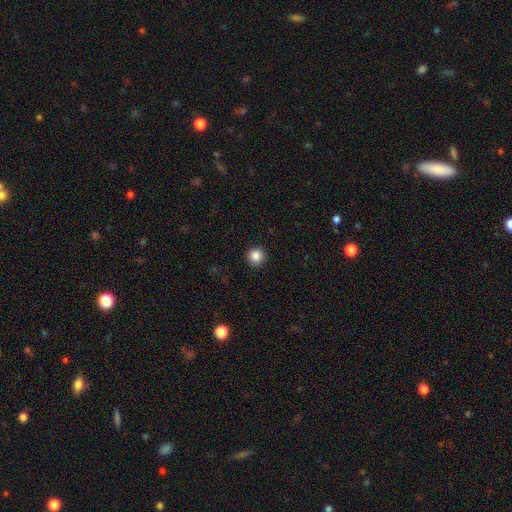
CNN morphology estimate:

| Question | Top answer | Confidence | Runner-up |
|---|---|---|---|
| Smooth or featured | smooth | 86% | star or artifact (10%) |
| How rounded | round | 95% | in between (4%) |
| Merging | none | 93% | minor disturbance (5%) |